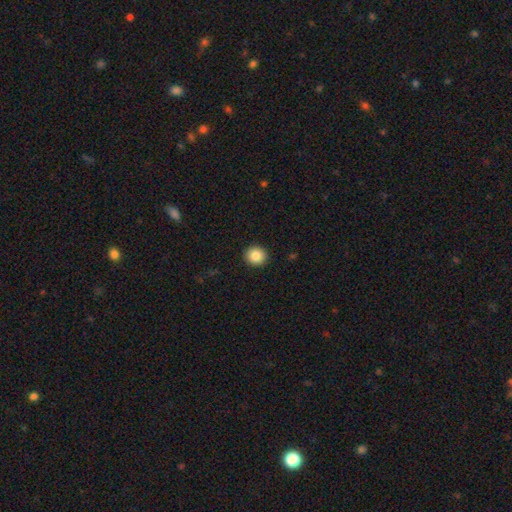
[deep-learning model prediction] smooth_or_featured: smooth (p=0.86) [alt: star or artifact p=0.09]
how_rounded: round (p=0.87) [alt: in between p=0.12]
merging: none (p=0.92) [alt: minor disturbance p=0.05]